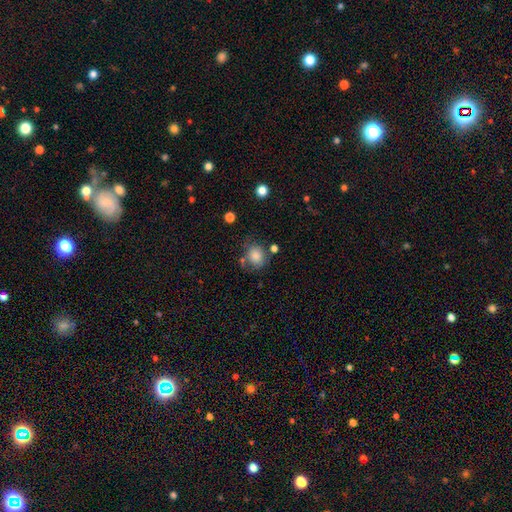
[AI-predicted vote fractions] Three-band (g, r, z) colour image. It shows a smooth galaxy with no disk features (83%) that is round (68%). Merging: none (63%).